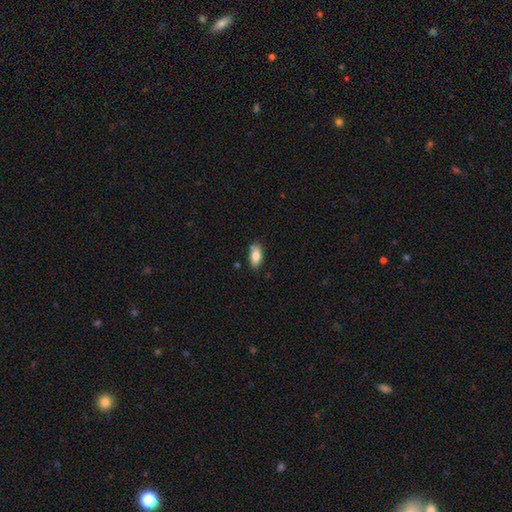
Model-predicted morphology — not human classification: Overall: smooth (83%). How rounded: in between (90%). Merging: none (73%).